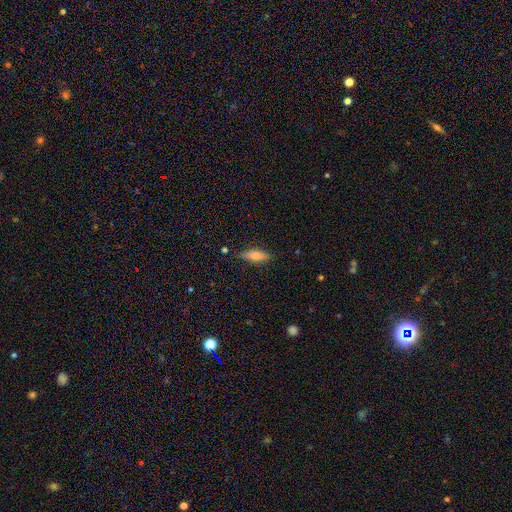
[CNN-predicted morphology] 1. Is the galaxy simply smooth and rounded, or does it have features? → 70% smooth, 22% featured or disk, 7% star or artifact.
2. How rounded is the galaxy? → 50% cigar-shaped, 48% in between, 2% round.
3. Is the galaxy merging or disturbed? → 82% none, 13% minor disturbance, 3% major disturbance, 2% merger.